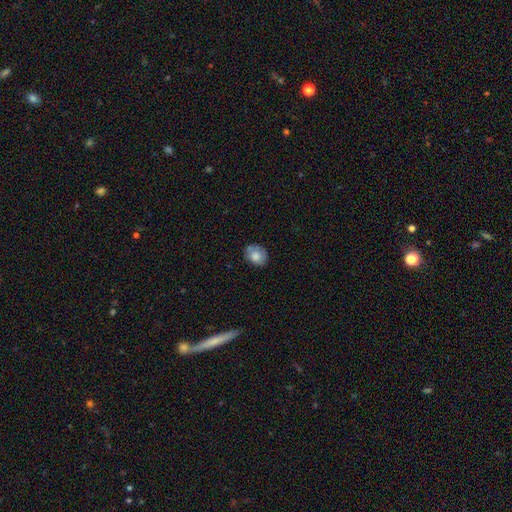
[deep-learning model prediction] Overall: smooth (75%). How rounded: round (53%; in between 46%). Merging: none (68%).